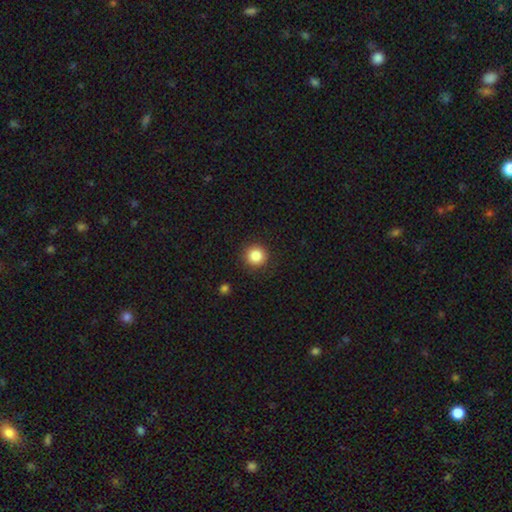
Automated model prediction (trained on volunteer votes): Smooth or featured: smooth — 85% (star or artifact — 10%)
How rounded: round — 95% (in between — 5%)
Merging: none — 91% (minor disturbance — 6%)